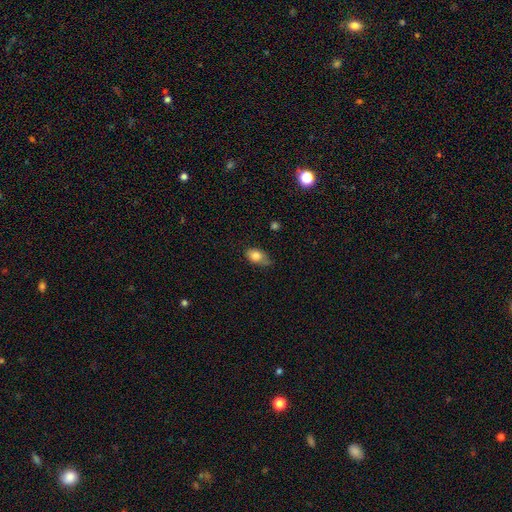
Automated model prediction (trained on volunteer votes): The model was most divided on "merging": none: 49%, minor disturbance: 39%, major disturbance: 9%, merger: 3%. More confident: how rounded — in between (83%); smooth or featured — smooth (82%).